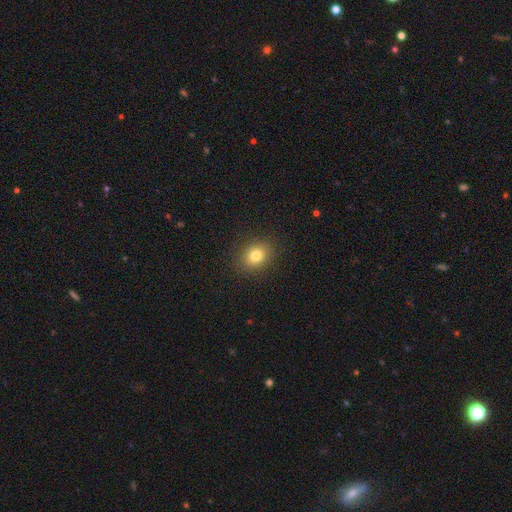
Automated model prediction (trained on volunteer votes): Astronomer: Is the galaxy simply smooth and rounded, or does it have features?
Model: smooth — 80%.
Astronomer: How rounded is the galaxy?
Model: round — 52% (runner-up: in between, 47%).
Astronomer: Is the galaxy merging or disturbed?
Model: none — 89%.